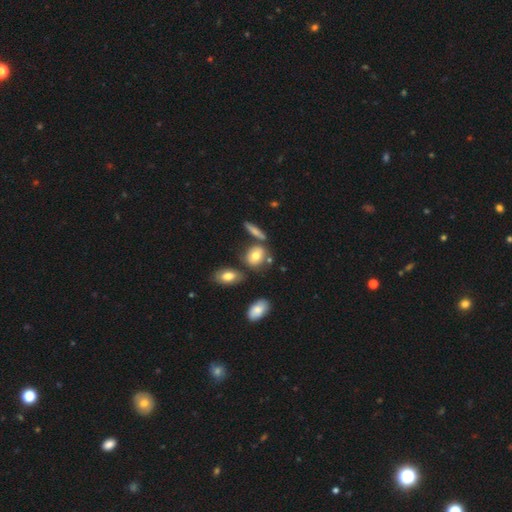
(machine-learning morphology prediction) Smooth or featured?
  - smooth: 71% *
  - featured or disk: 20%
  - star or artifact: 9%
How rounded?
  - in between: 58% *
  - round: 38%
  - cigar-shaped: 4%
Merging?
  - none: 64% *
  - merger: 15%
  - minor disturbance: 15%
  - major disturbance: 6%